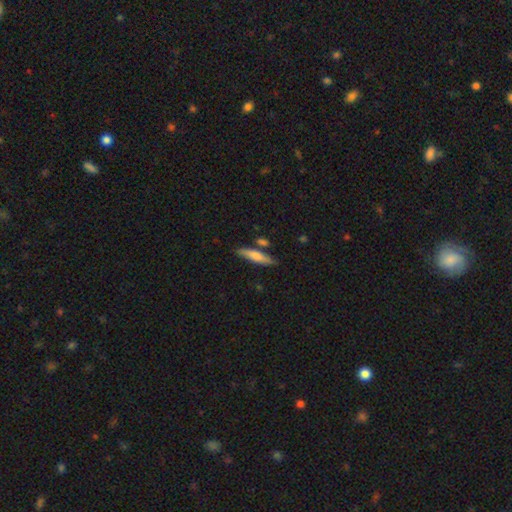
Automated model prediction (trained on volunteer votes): Overall: smooth (70%). How rounded: cigar-shaped (80%). Merging: none (75%).